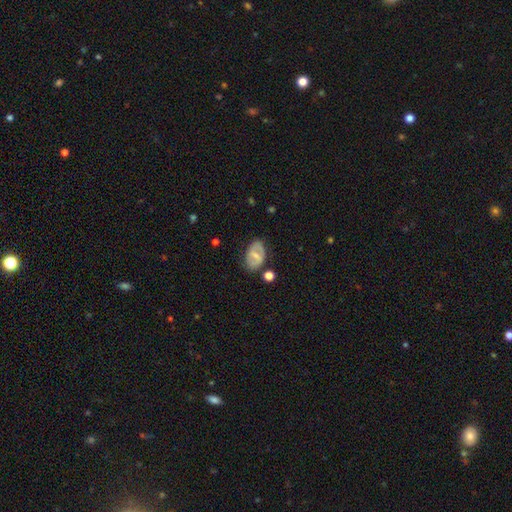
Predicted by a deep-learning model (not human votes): smooth-or-featured: featured or disk: 50% | smooth: 42% | star or artifact: 8%
  merging: none: 72% | minor disturbance: 18% | major disturbance: 6% | merger: 4%